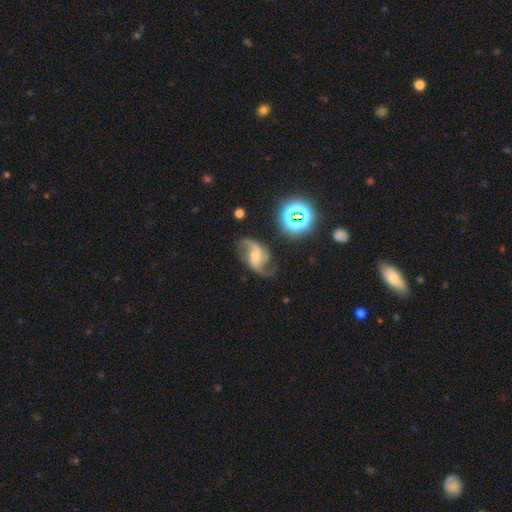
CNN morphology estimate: Smooth or featured? featured or disk (83%)
Edge-on disk? no (97%)
Bar? no (43%)
Spiral arms? yes (97%)
Spiral winding? loose (63%)
Spiral arm count? 2 (89%)
Bulge size? small (43%)
Merging? none (74%)